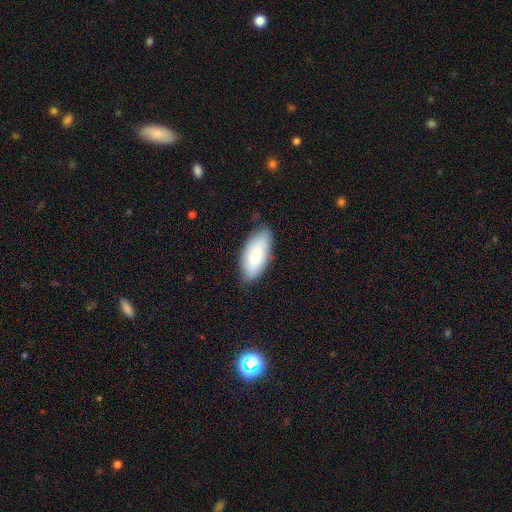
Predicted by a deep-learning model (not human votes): smooth 80%, featured or disk 15%, star or artifact 6%. Down the decision tree: how rounded — in between (89%); merging — none (78%).